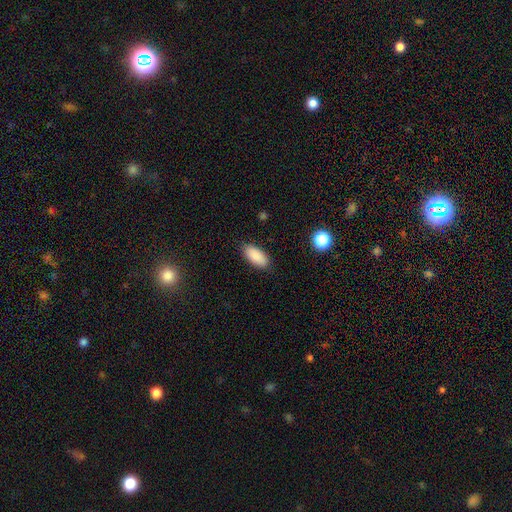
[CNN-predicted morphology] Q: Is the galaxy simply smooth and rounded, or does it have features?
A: smooth — 90%.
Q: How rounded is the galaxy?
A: in between — 91%.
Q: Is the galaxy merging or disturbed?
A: none — 87%.